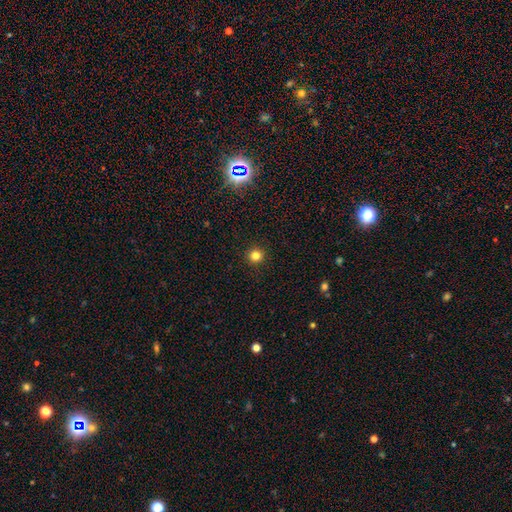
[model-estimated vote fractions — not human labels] A smooth galaxy with no disk features (81%) that is round (95%). Merging: none (93%).